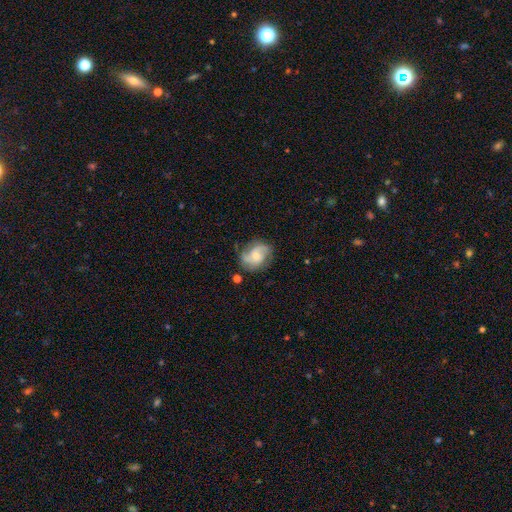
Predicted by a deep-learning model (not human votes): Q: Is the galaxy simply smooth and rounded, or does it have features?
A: featured or disk — 72%.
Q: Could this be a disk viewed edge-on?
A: no — 98%.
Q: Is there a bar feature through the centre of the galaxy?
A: no — 62%.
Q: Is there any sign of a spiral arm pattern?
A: yes — 93%.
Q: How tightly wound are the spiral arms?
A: medium — 46%.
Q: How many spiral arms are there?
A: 2 — 56%.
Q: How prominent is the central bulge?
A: small — 51%.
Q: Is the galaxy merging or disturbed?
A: none — 69%.